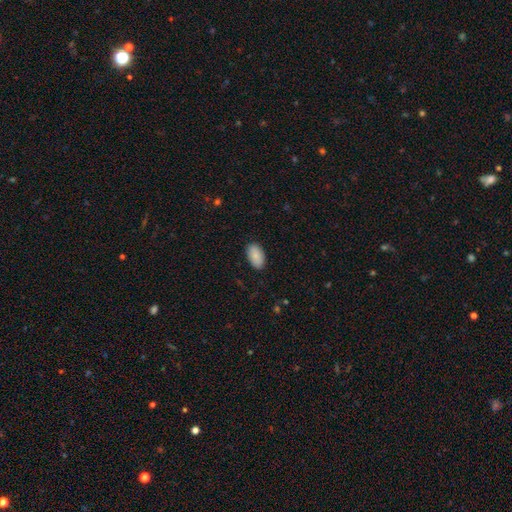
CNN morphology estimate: Overall: smooth (87%). How rounded: in between (95%). Merging: none (87%).